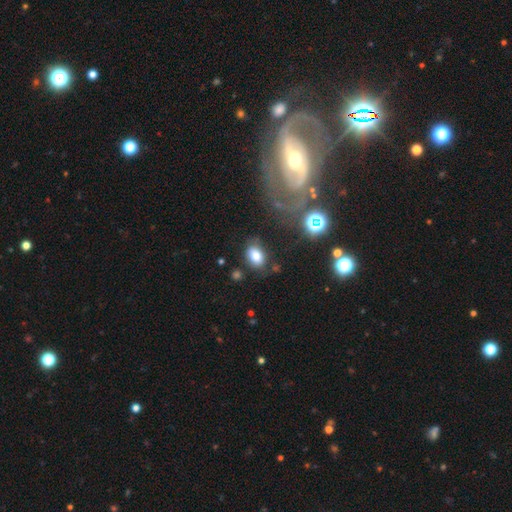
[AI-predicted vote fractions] This appears to be a smooth galaxy with no disk features (81%) that is in between round and cigar-shaped (84%). Merging: none (75%).